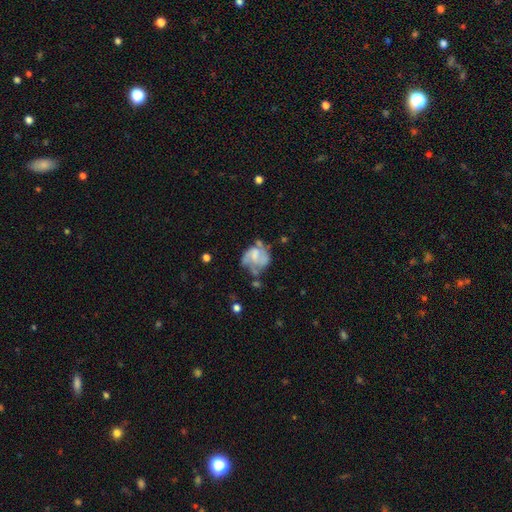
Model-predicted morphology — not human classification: A featured or disk galaxy (64%) with no bar (56%), spiral arms (72%) and no central bulge (32%).

Vote fractions:
- Smooth or featured? featured or disk: 64% / smooth: 28% / star or artifact: 8%
- Edge-on disk? no: 98% / yes: 2%
- Bar? no: 56% / weak: 35% / strong: 9%
- Spiral arms? yes: 72% / no: 28%
- Bulge size? none: 32% / moderate: 29% / small: 27% / large: 9% / dominant: 2%
- Merging? none: 40% / minor disturbance: 26% / major disturbance: 24% / merger: 10%